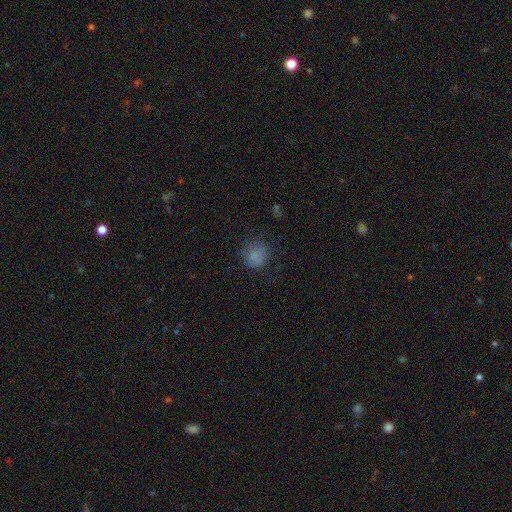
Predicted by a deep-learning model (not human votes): This is likely a smooth galaxy (76%). How rounded: clearly round (81%). Merging: likely none (69%).